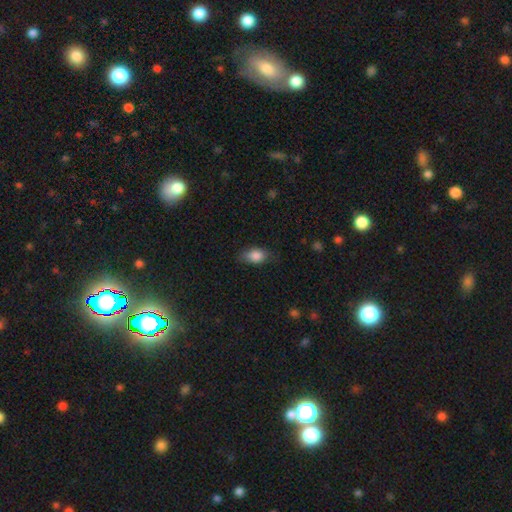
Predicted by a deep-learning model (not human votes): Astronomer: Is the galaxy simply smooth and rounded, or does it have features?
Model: smooth — 84%.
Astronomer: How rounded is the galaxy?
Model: in between — 83%.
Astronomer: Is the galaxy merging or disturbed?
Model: none — 71%.